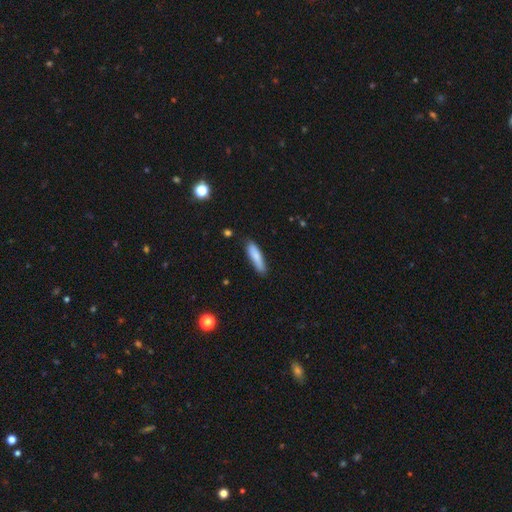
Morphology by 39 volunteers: smooth 87%, featured or disk 8%, star or artifact 5%. Down the decision tree: how rounded — cigar-shaped (79%); merging — none (78%).